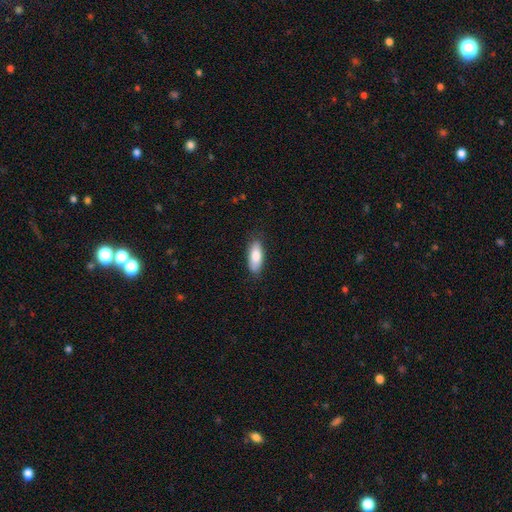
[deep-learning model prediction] smooth 83%, featured or disk 11%, star or artifact 6%. Down the decision tree: how rounded — in between (77%); merging — none (83%).